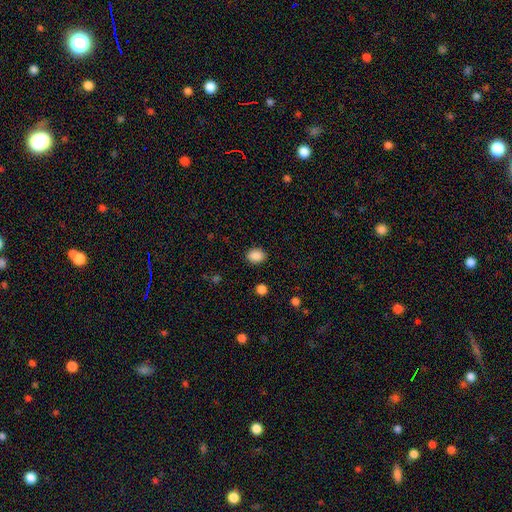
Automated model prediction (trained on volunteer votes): Smooth or featured? smooth (89%)
How rounded? in between (67%)
Merging? none (88%)